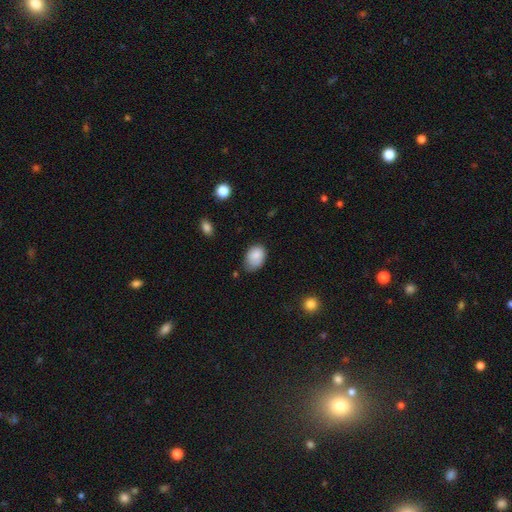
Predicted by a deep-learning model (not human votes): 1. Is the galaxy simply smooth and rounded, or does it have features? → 83% smooth, 9% featured or disk, 7% star or artifact.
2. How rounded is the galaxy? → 80% in between, 19% round, 1% cigar-shaped.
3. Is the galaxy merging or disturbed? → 54% none, 35% minor disturbance, 8% major disturbance, 3% merger.